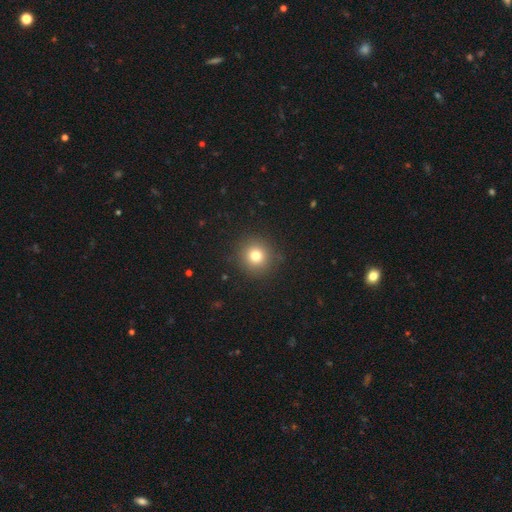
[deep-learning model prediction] Morphology: type=smooth (78%); roundness=round (93%); merging=none (91%).